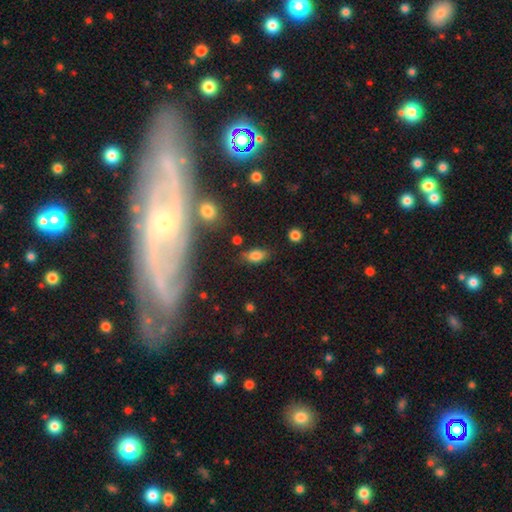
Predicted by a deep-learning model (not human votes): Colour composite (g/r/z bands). It shows a smooth galaxy with no disk features (78%) that is in between round and cigar-shaped (86%). Merging: none (73%).